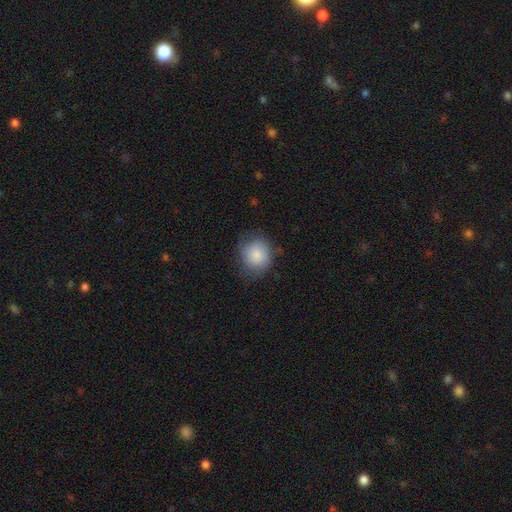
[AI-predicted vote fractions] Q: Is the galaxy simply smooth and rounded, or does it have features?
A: smooth — 81%.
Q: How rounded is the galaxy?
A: round — 79%.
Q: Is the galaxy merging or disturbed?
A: none — 65%.